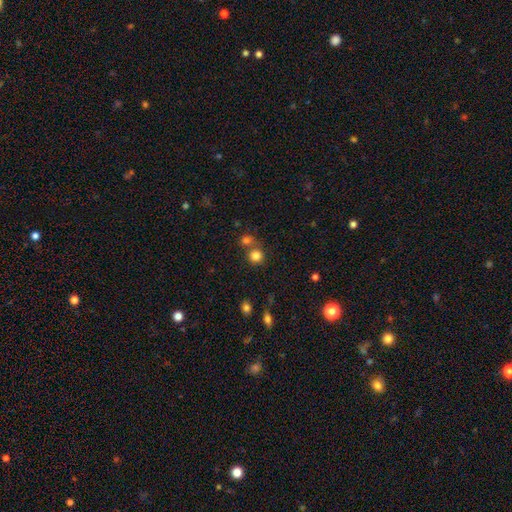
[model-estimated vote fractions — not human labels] Q: Smooth or featured?
A: smooth (82%); runner-up: star or artifact (13%)
Q: How rounded?
A: round (88%); runner-up: in between (11%)
Q: Merging?
A: none (60%); runner-up: merger (29%)